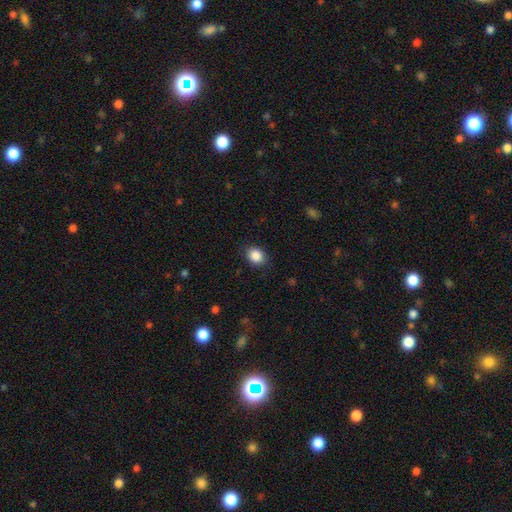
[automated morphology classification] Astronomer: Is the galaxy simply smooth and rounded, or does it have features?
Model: smooth — 87%.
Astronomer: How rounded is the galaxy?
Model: round — 55% (runner-up: in between, 44%).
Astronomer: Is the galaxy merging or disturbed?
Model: none — 86%.